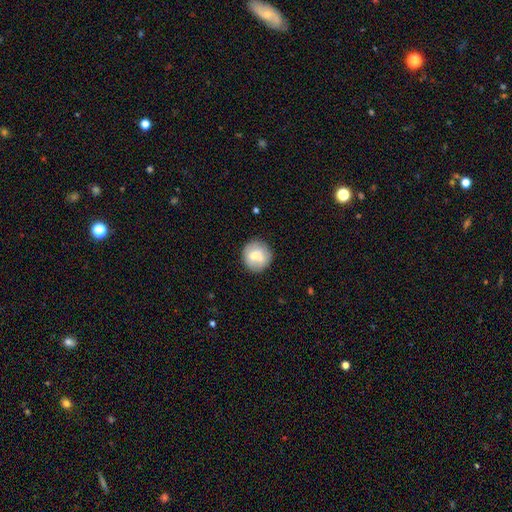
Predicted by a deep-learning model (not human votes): Smooth or featured? Predicted: smooth (p=0.68). How rounded? Predicted: round (p=0.93). Merging? Predicted: none (p=0.81).